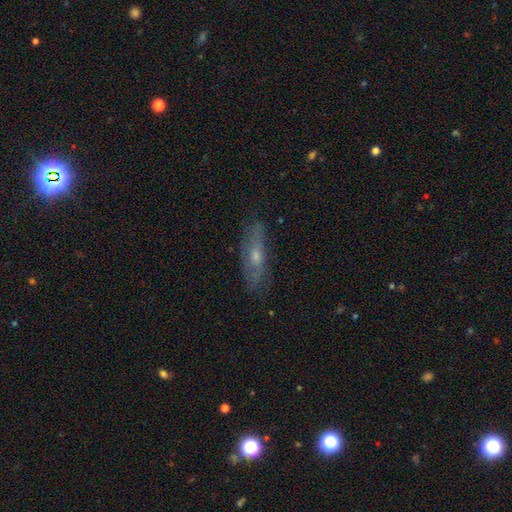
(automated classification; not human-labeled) This is possibly a featured or disk galaxy (53%). It is possibly not viewed edge-on (57%). Merging: likely none (75%).